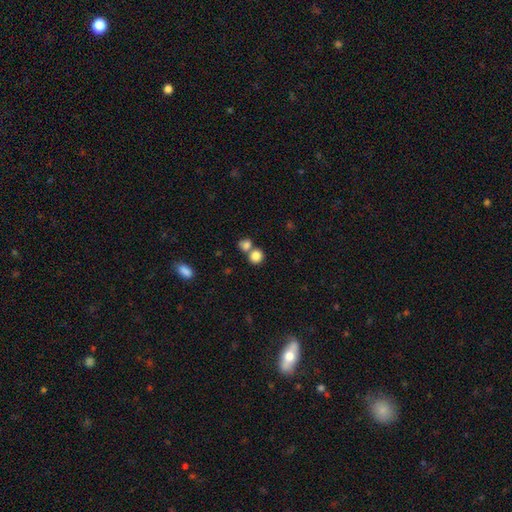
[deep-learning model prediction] Smooth or featured?
  - smooth: 84% *
  - star or artifact: 9%
  - featured or disk: 6%
How rounded?
  - round: 82% *
  - in between: 17%
  - cigar-shaped: 1%
Merging?
  - none: 49% *
  - merger: 41%
  - minor disturbance: 7%
  - major disturbance: 3%